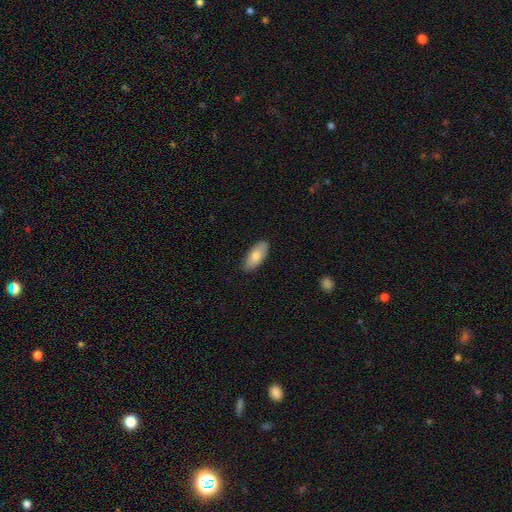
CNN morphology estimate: This appears to be a smooth galaxy with no disk features (76%) that is in between round and cigar-shaped (86%). Merging: none (85%).